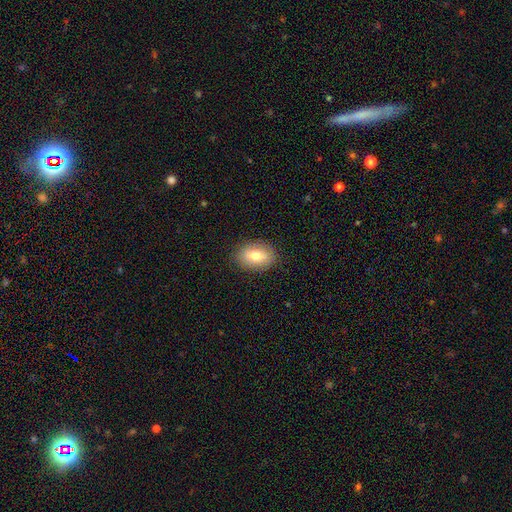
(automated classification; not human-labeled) This appears to be a smooth galaxy with no disk features (75%) that is in between round and cigar-shaped (83%). Merging: none (86%).